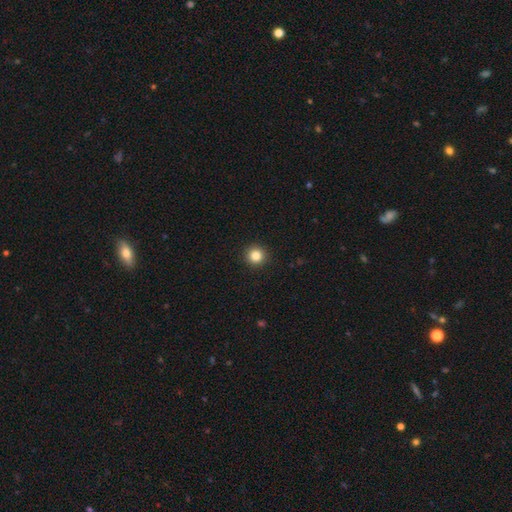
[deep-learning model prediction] smooth-or-featured: smooth: 84% | star or artifact: 11% | featured or disk: 5%
  how-rounded: round: 95% | in between: 4% | cigar-shaped: 1%
  merging: none: 93% | minor disturbance: 5% | major disturbance: 2% | merger: 1%